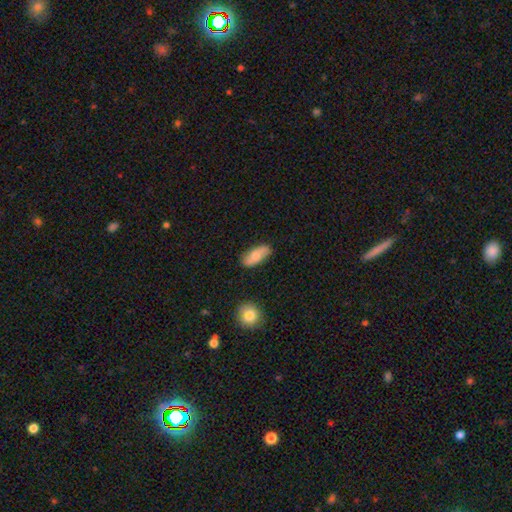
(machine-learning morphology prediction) type=smooth (59%); roundness=in between (83%); merging=none (78%).